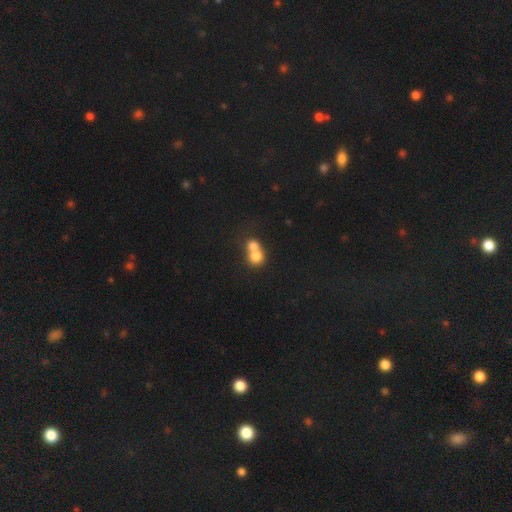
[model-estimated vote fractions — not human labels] A smooth galaxy with no disk features (74%) that is round (79%).

Vote fractions:
- Smooth or featured? smooth: 74% / featured or disk: 15% / star or artifact: 11%
- How rounded? round: 79% / in between: 20% / cigar-shaped: 1%
- Merging? merger: 68% / none: 25% / minor disturbance: 4% / major disturbance: 3%